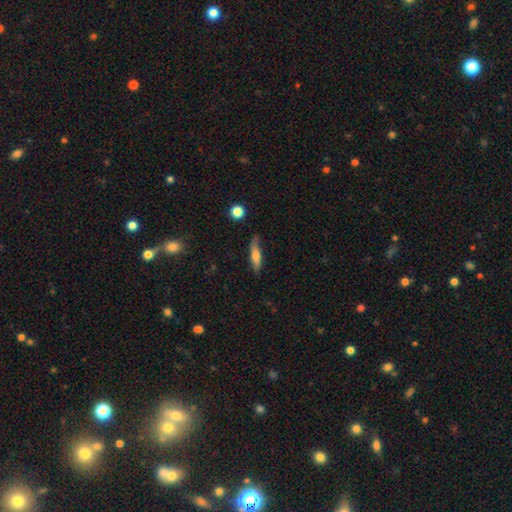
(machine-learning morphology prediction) This is likely a smooth galaxy (64%). How rounded: likely cigar-shaped (75%). Merging: likely none (69%).